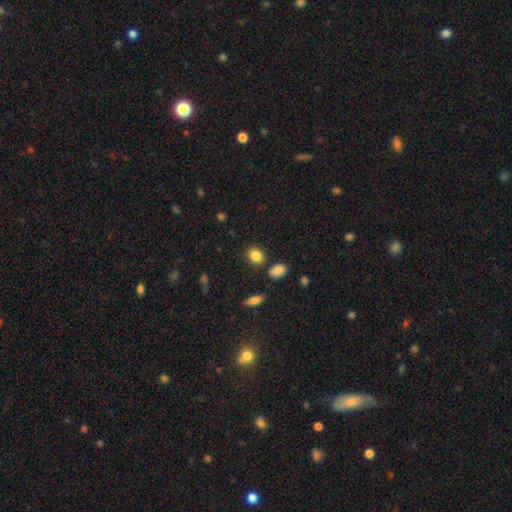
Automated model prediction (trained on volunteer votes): Smooth or featured? Predicted: smooth (p=0.85). How rounded? Predicted: in between (p=0.50). Merging? Predicted: none (p=0.80).